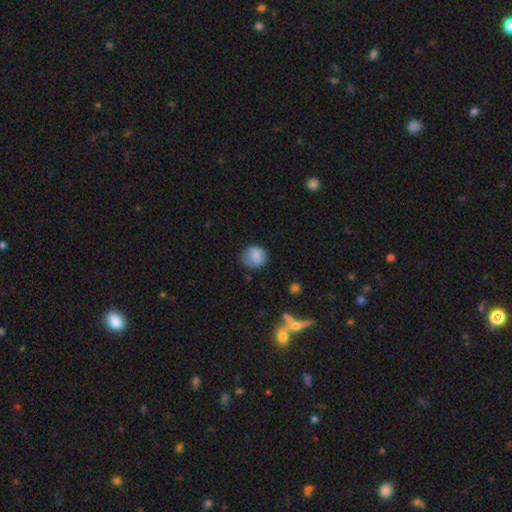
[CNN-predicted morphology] Smooth or featured? smooth (80%)
How rounded? round (72%)
Merging? none (65%)